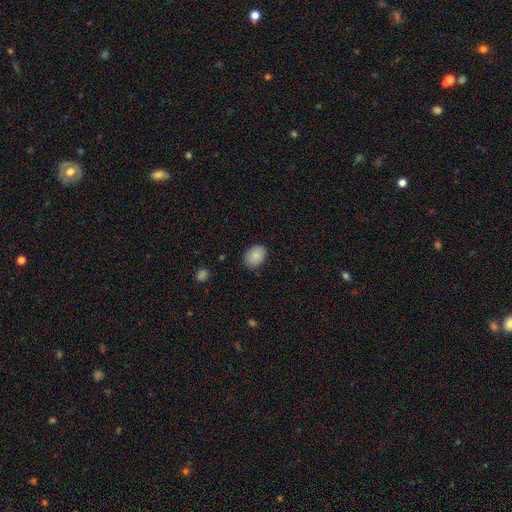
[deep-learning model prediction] smooth 87%, star or artifact 7%, featured or disk 6%. Down the decision tree: how rounded — in between (75%); merging — none (85%).